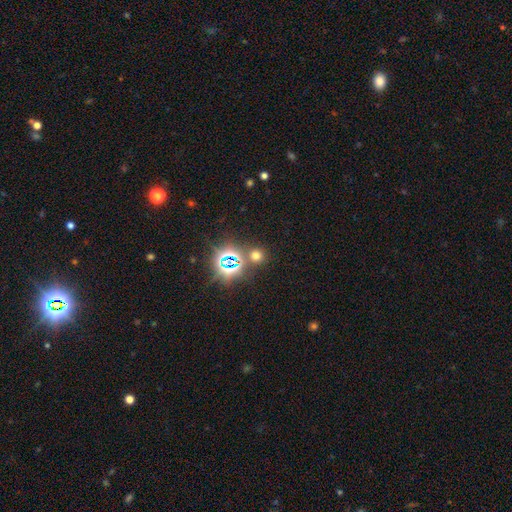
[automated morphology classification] Smooth or featured? Predicted: smooth (p=0.56). How rounded? Predicted: round (p=0.86). Merging? Predicted: none (p=0.80).